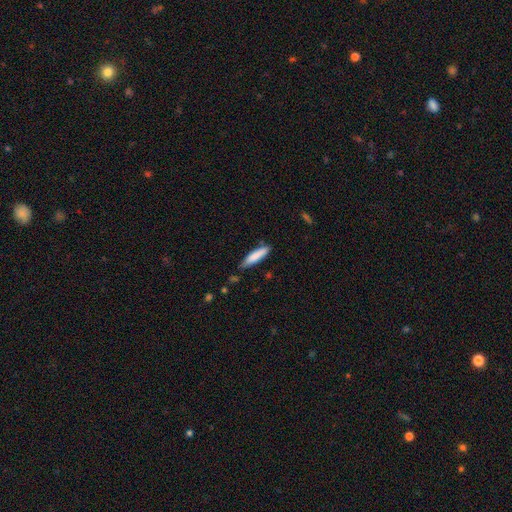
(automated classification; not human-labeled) Smooth or featured? smooth (83%)
How rounded? cigar-shaped (77%)
Merging? none (74%)